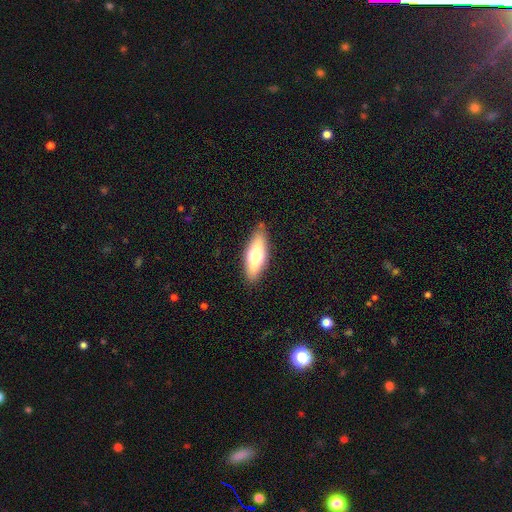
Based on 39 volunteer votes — smooth_or_featured: smooth (p=0.51) [alt: featured or disk p=0.44]
how_rounded: in between (p=0.55) [alt: cigar-shaped p=0.45]
merging: none (p=0.68) [alt: minor disturbance p=0.32]